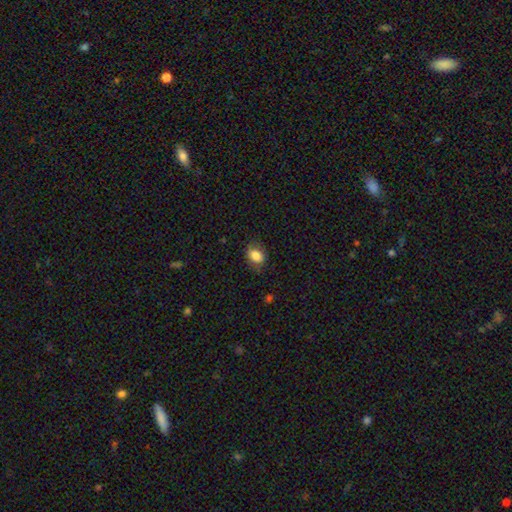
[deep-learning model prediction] This appears to be a smooth galaxy with no disk features (83%) that is in between round and cigar-shaped (69%). Merging: none (76%).